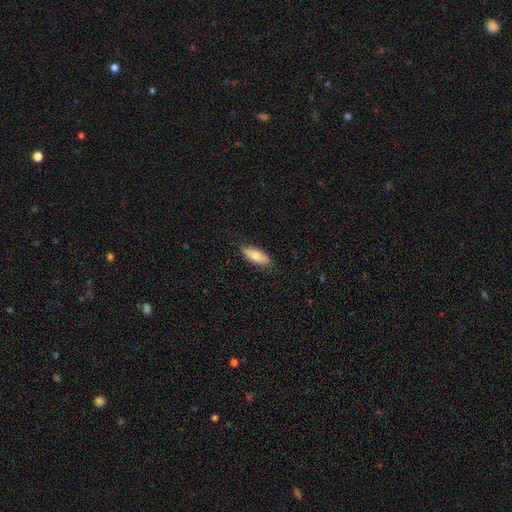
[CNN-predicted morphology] A smooth galaxy with no disk features (76%) that is in between round and cigar-shaped (73%).

Vote fractions:
- Smooth or featured? smooth: 76% / featured or disk: 18% / star or artifact: 6%
- How rounded? in between: 73% / cigar-shaped: 25% / round: 2%
- Merging? none: 85% / minor disturbance: 12% / major disturbance: 2% / merger: 1%